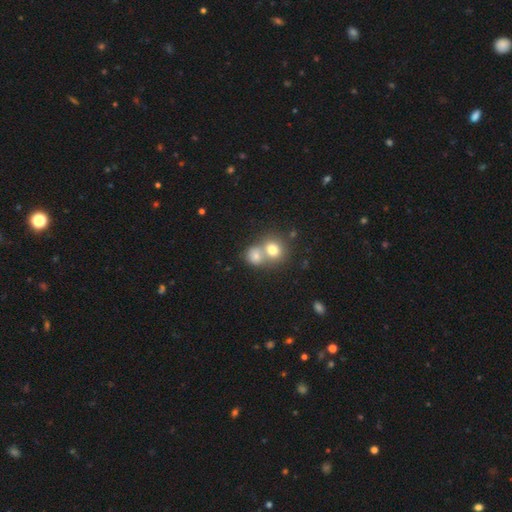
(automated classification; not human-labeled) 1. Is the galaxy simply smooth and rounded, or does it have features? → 75% smooth, 13% star or artifact, 13% featured or disk.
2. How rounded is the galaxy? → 73% round, 26% in between, 1% cigar-shaped.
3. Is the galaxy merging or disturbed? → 55% merger, 35% none, 7% minor disturbance, 3% major disturbance.